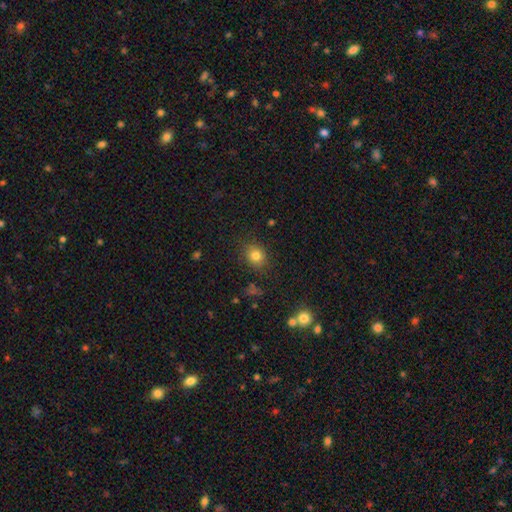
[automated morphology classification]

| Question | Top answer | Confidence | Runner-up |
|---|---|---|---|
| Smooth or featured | smooth | 81% | star or artifact (12%) |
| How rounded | round | 62% | in between (37%) |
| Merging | none | 83% | minor disturbance (12%) |